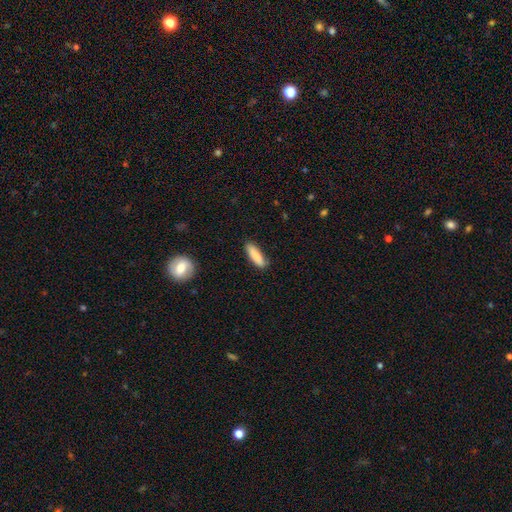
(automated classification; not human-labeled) This appears to be a smooth galaxy with no disk features (87%) that is cigar-shaped (58%). Merging: none (86%).